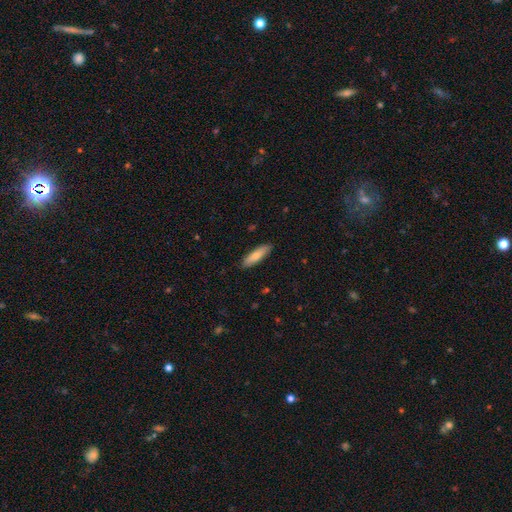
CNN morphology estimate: type=smooth (79%); roundness=cigar-shaped (65%); merging=none (88%).